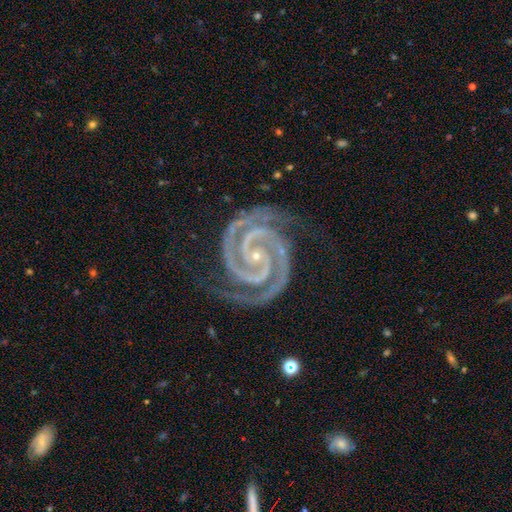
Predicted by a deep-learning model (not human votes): This appears to be a featured or disk galaxy (95%) with no bar (49%), 2 (90%) tight (81%) spiral arms (99%) and a small central bulge (86%). Merging: none (77%).